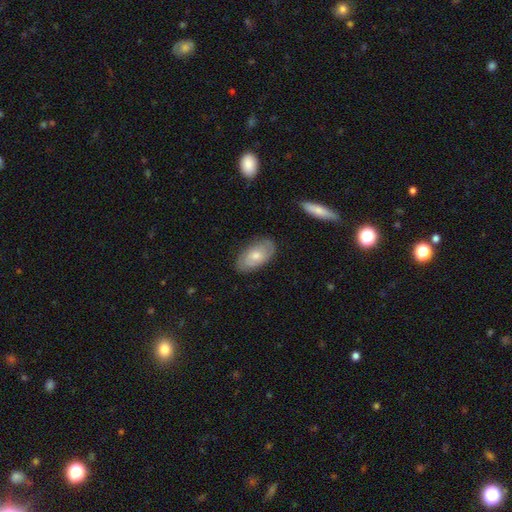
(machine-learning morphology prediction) type=smooth (51%); roundness=in between (92%); merging=none (82%).